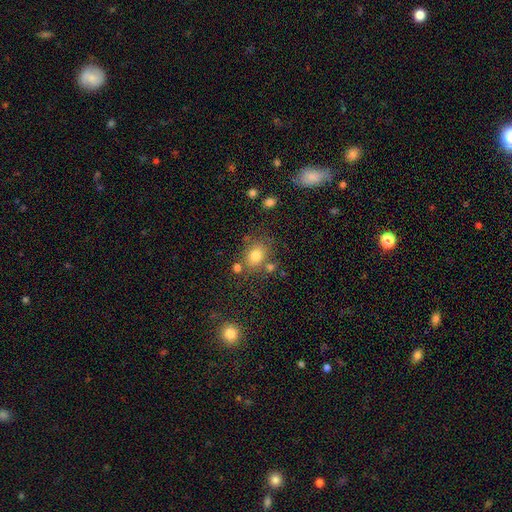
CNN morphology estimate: A smooth galaxy with no disk features (77%) that is in between round and cigar-shaped (53%). Merging: none (67%).